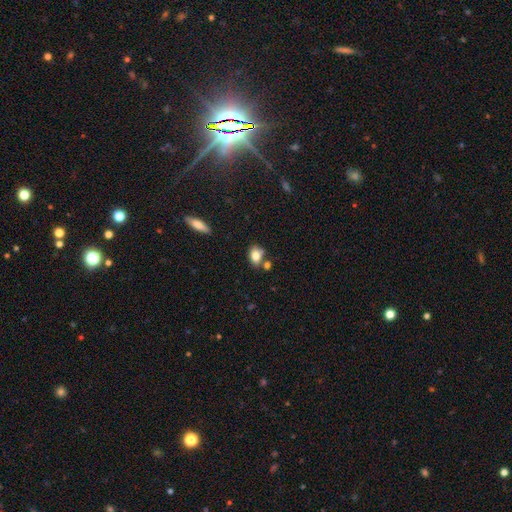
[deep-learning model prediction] smooth_or_featured: smooth (p=0.79) [alt: featured or disk p=0.11]
how_rounded: in between (p=0.75) [alt: round p=0.23]
merging: none (p=0.59) [alt: merger p=0.21]